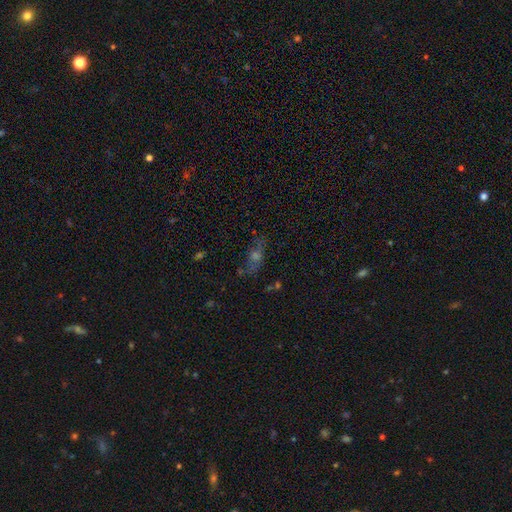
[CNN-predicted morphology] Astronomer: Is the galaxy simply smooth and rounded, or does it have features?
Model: smooth — 37% (runner-up: featured or disk, 35%).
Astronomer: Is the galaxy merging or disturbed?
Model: none — 67%.